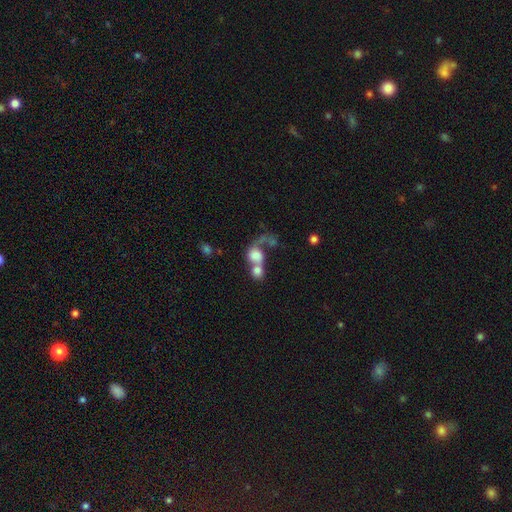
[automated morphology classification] Q: Smooth or featured?
A: smooth (63%); runner-up: featured or disk (26%)
Q: How rounded?
A: round (63%); runner-up: in between (35%)
Q: Merging?
A: merger (67%); runner-up: major disturbance (15%)